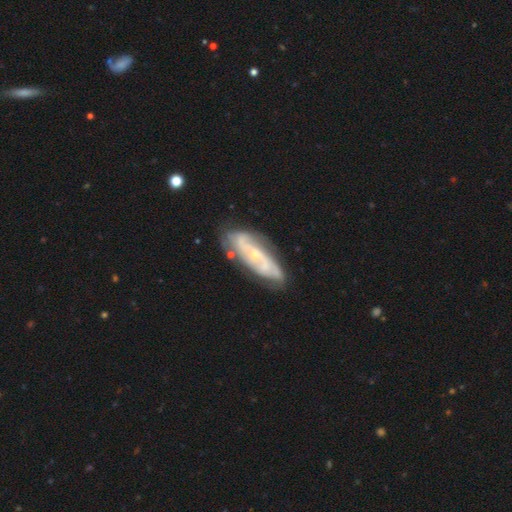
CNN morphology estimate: A featured or disk galaxy (77%) with no bar (56%), 2 (48%) tight (46%) spiral arms (88%) and a small central bulge (69%).

Vote fractions:
- Smooth or featured? featured or disk: 77% / smooth: 17% / star or artifact: 6%
- Edge-on disk? no: 86% / yes: 14%
- Bar? no: 56% / weak: 32% / strong: 13%
- Spiral arms? yes: 88% / no: 12%
- Spiral winding? tight: 46% / medium: 38% / loose: 16%
- Spiral arm count? 2: 48% / can't tell: 32% / 3: 10% / 4: 4% / 1: 3% / more than 4: 3%
- Bulge size? small: 69% / moderate: 25% / none: 4% / large: 1% / dominant: 1%
- Merging? none: 76% / minor disturbance: 17% / major disturbance: 5% / merger: 2%